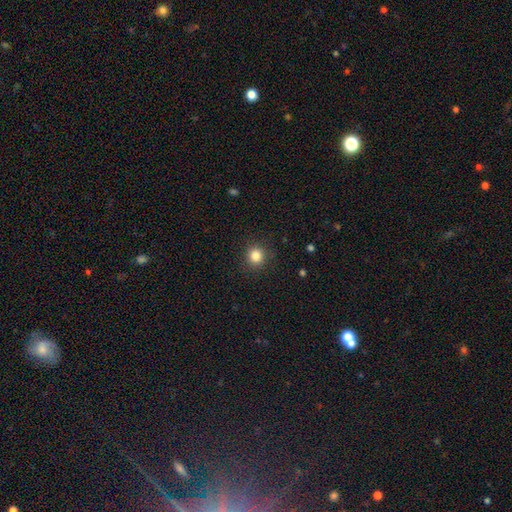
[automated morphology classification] Smooth or featured?
  - smooth: 84% *
  - star or artifact: 11%
  - featured or disk: 5%
How rounded?
  - round: 91% *
  - in between: 8%
  - cigar-shaped: 1%
Merging?
  - none: 89% *
  - minor disturbance: 7%
  - major disturbance: 3%
  - merger: 1%